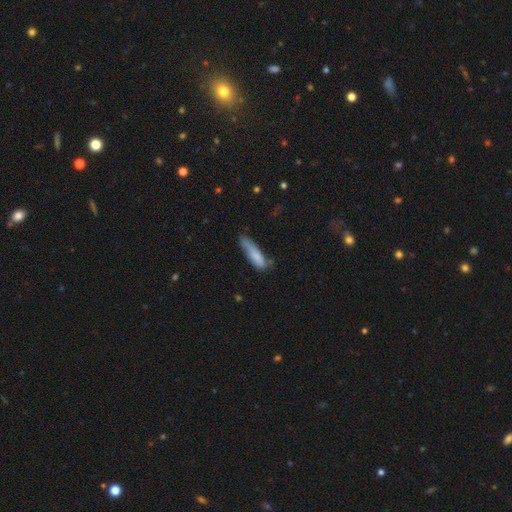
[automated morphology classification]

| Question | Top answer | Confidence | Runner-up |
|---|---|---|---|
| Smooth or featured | smooth | 77% | featured or disk (17%) |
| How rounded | cigar-shaped | 65% | in between (34%) |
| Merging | none | 49% | minor disturbance (34%) |